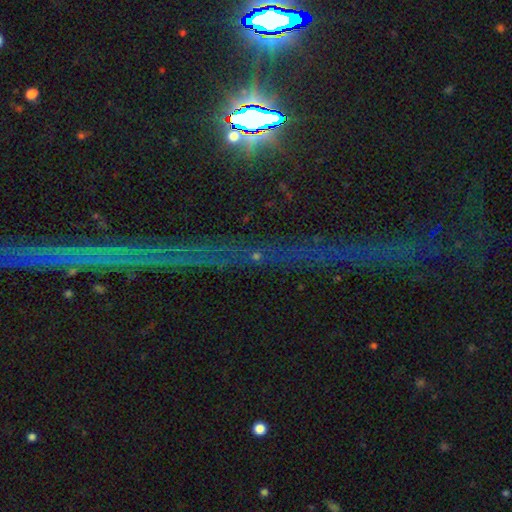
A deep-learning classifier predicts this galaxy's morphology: A star or artifact, not a galaxy (82%).

Vote fractions:
- Smooth or featured? star or artifact: 82% / featured or disk: 10% / smooth: 7%